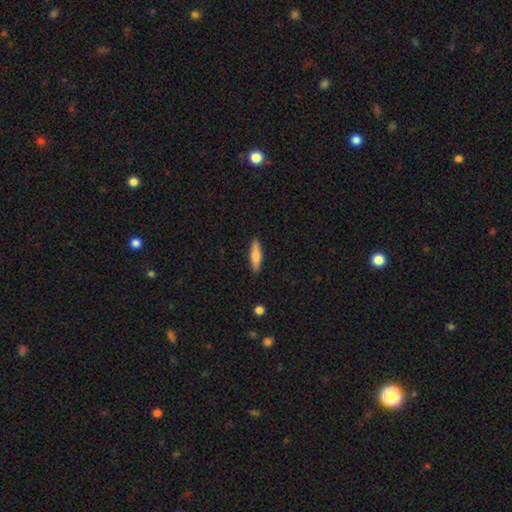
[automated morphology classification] type=smooth (75%); roundness=cigar-shaped (70%); merging=none (89%).